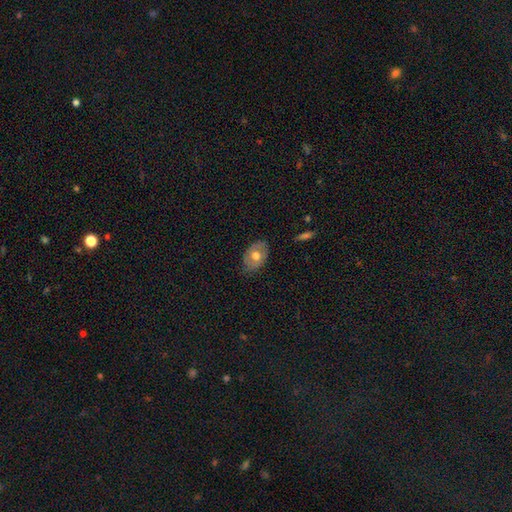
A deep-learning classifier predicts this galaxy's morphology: smooth-or-featured: smooth: 57% | featured or disk: 36% | star or artifact: 7%
  how-rounded: in between: 81% | round: 18% | cigar-shaped: 1%
  merging: none: 74% | minor disturbance: 21% | major disturbance: 4% | merger: 1%